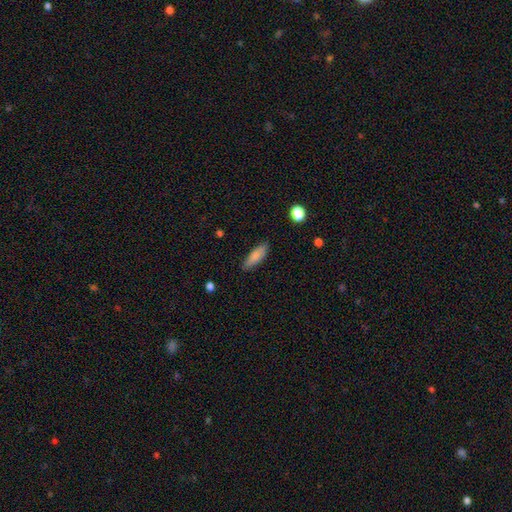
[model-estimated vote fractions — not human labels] Smooth or featured? Predicted: smooth (p=0.81). How rounded? Predicted: in between (p=0.52). Merging? Predicted: none (p=0.85).